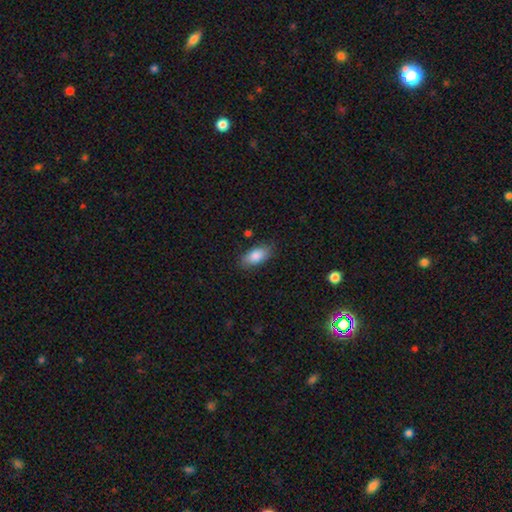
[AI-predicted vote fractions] Smooth or featured: smooth — 85% (featured or disk — 8%)
How rounded: in between — 90% (cigar-shaped — 7%)
Merging: none — 82% (minor disturbance — 13%)